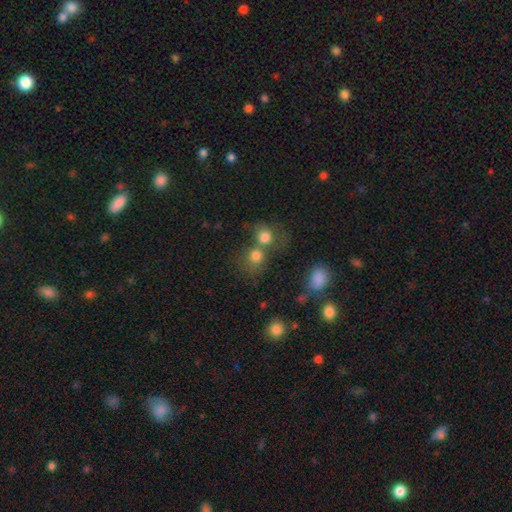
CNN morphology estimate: This is likely a smooth galaxy (76%). How rounded: likely round (80%). Merging: possibly merger (51%).